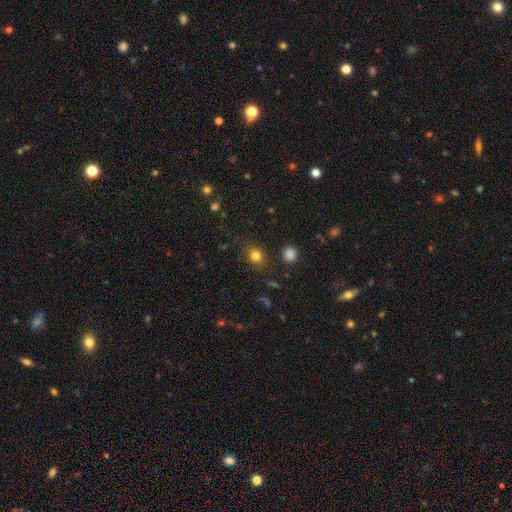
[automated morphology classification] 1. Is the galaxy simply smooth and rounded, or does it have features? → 81% smooth, 13% star or artifact, 6% featured or disk.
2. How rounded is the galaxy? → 61% round, 38% in between, 1% cigar-shaped.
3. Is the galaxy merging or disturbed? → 84% none, 11% minor disturbance, 4% major disturbance, 2% merger.